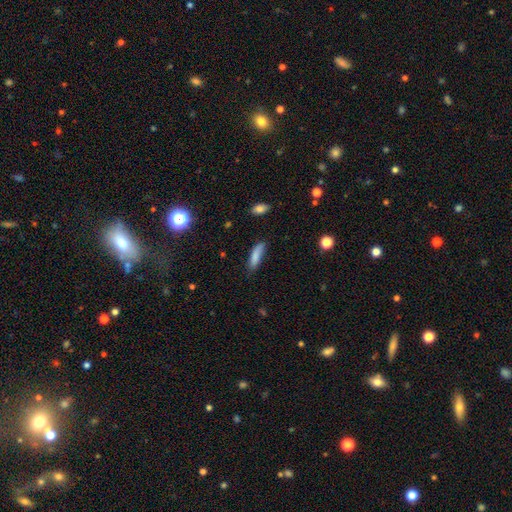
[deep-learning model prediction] Overall: smooth (83%). How rounded: cigar-shaped (64%; in between 34%). Merging: none (69%).